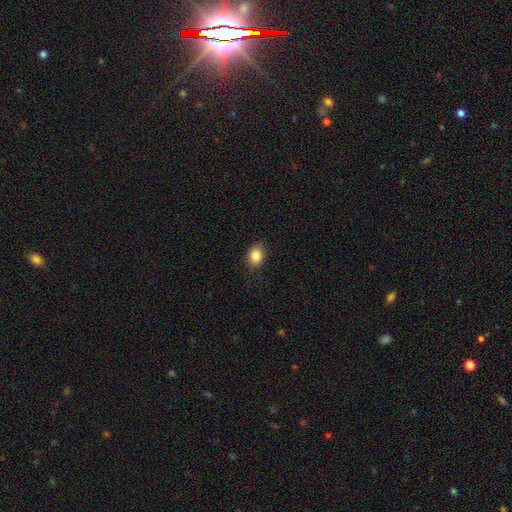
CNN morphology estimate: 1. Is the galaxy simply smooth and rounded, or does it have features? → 86% smooth, 9% star or artifact, 5% featured or disk.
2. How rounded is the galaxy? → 53% in between, 46% round, 1% cigar-shaped.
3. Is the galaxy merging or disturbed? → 84% none, 12% minor disturbance, 3% major disturbance, 1% merger.